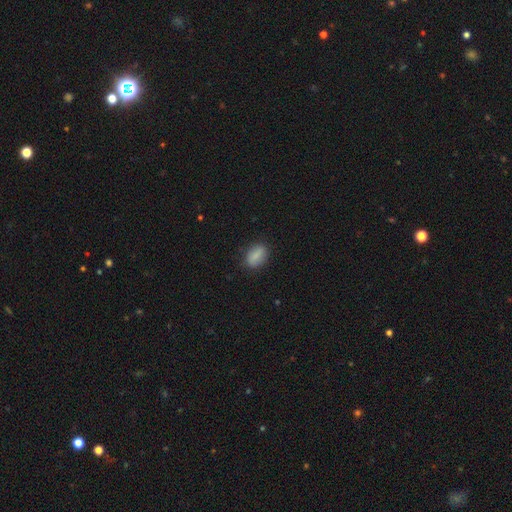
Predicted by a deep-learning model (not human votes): Smooth or featured?
  - smooth: 84% *
  - featured or disk: 9%
  - star or artifact: 8%
How rounded?
  - in between: 82% *
  - round: 15%
  - cigar-shaped: 3%
Merging?
  - none: 83% *
  - minor disturbance: 12%
  - major disturbance: 3%
  - merger: 1%